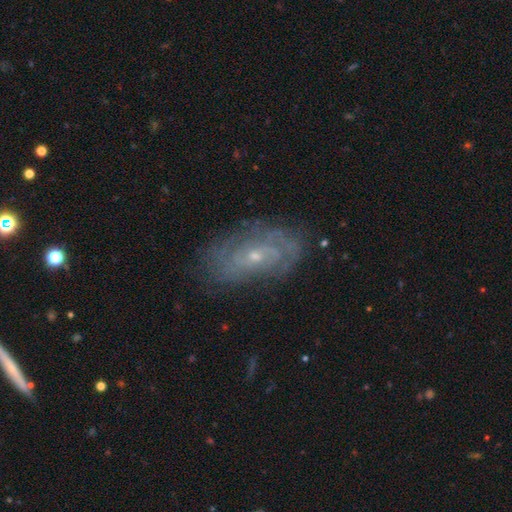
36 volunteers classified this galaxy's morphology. Volunteers were most divided on "spiral arm count": can't tell: 52%, 2: 33%, more than 4: 10%, 3: 5%, 1: 0%, 4: 0%. More confident: edge-on disk — no (100%); bulge size — small (82%); spiral winding — tight (81%); bar — no (79%); smooth or featured — featured or disk (78%); spiral arms — yes (75%); merging — none (67%).